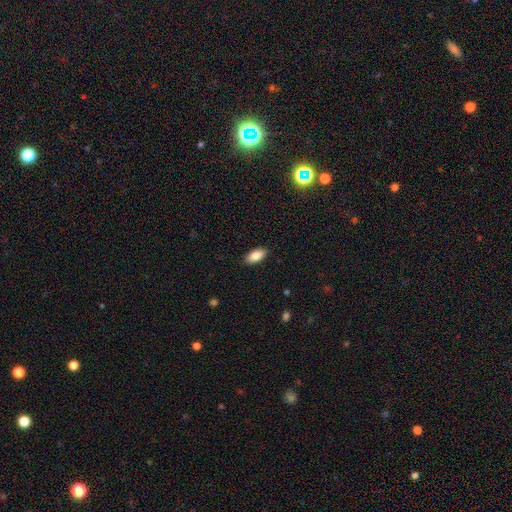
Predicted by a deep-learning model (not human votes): smooth 86%, featured or disk 8%, star or artifact 7%. Down the decision tree: how rounded — in between (91%); merging — none (89%).